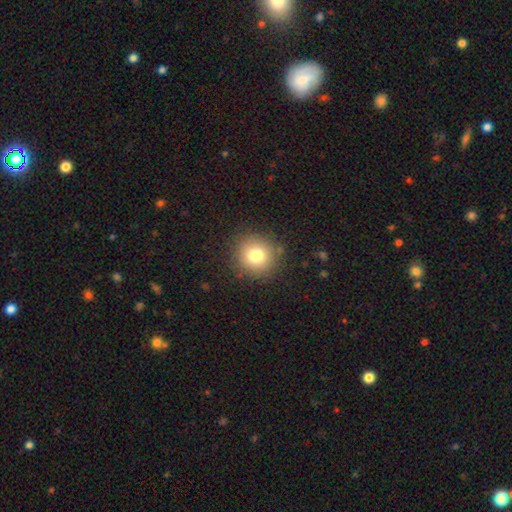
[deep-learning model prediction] smooth-or-featured: smooth: 78% | star or artifact: 12% | featured or disk: 10%
  how-rounded: round: 93% | in between: 6% | cigar-shaped: 1%
  merging: none: 88% | minor disturbance: 8% | major disturbance: 3% | merger: 1%